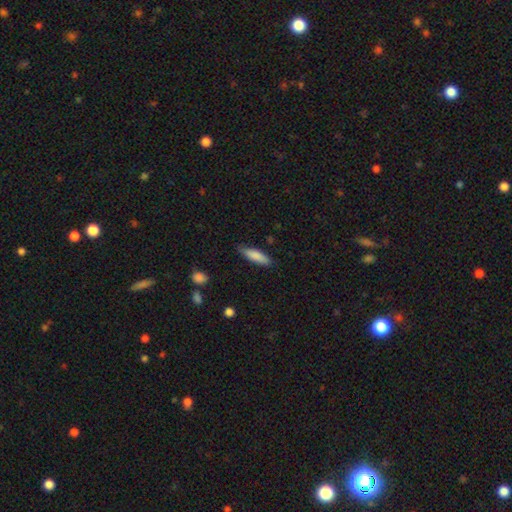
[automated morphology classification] Smooth or featured? smooth (83%)
How rounded? cigar-shaped (63%)
Merging? none (81%)